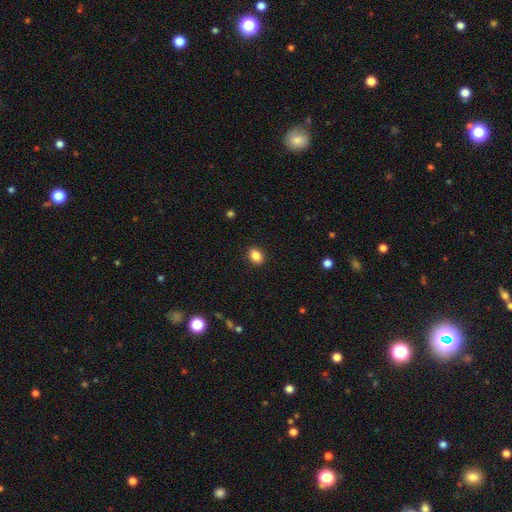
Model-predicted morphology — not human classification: Overall: smooth (87%). How rounded: in between (69%; round 30%). Merging: none (90%).